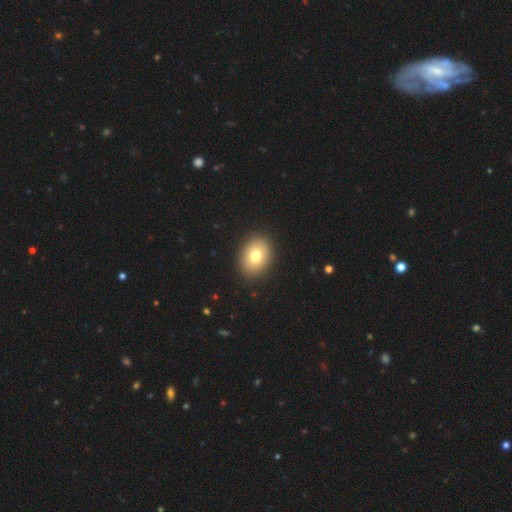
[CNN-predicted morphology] Q: Smooth or featured?
A: smooth (79%); runner-up: featured or disk (12%)
Q: How rounded?
A: in between (67%); runner-up: round (32%)
Q: Merging?
A: none (90%); runner-up: minor disturbance (7%)